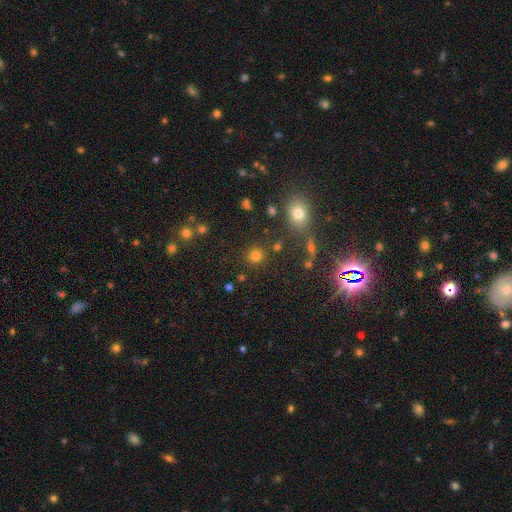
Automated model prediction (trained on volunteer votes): smooth_or_featured: smooth (p=0.77) [alt: star or artifact p=0.18]
how_rounded: round (p=0.90) [alt: in between p=0.09]
merging: none (p=0.86) [alt: minor disturbance p=0.07]